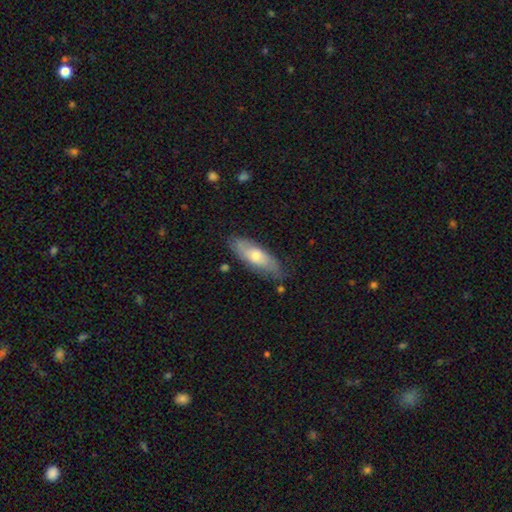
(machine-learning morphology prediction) A smooth galaxy with no disk features (57%) that is in between round and cigar-shaped (62%). Merging: none (76%).